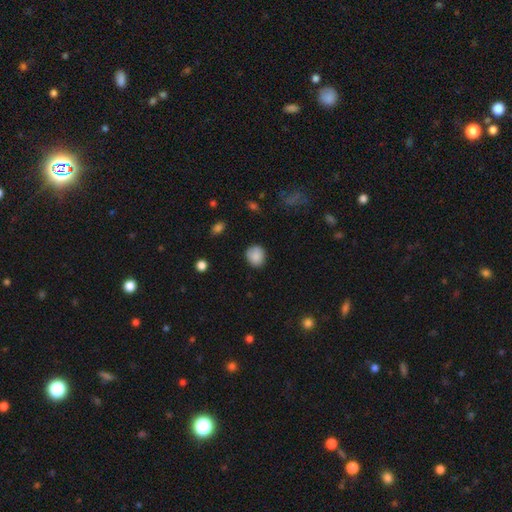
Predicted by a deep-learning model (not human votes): The model was most divided on "how rounded": round: 77%, in between: 22%, cigar-shaped: 1%. More confident: smooth or featured — smooth (87%); merging — none (80%).